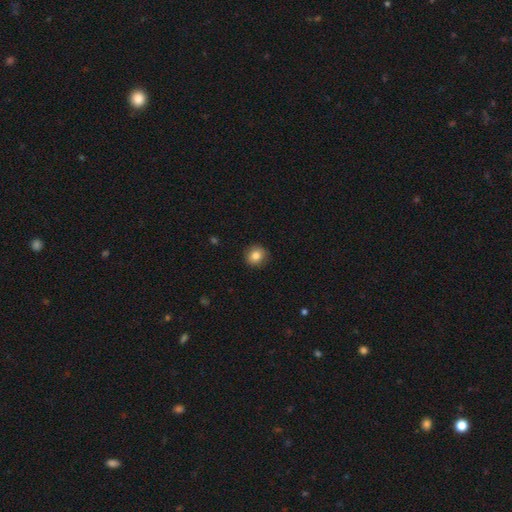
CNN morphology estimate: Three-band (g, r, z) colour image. It shows a smooth galaxy with no disk features (83%) that is round (90%). Merging: none (90%).